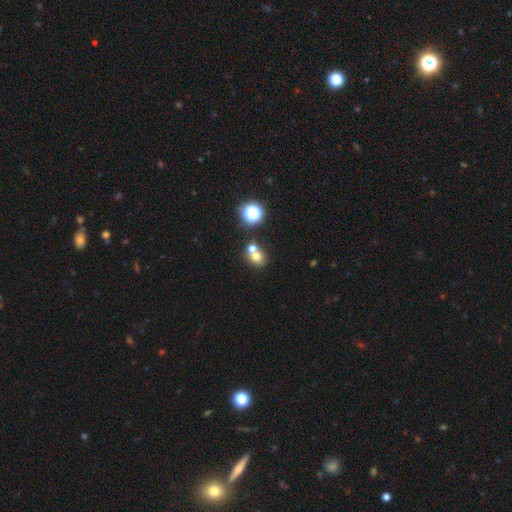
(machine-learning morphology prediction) smooth_or_featured: smooth (p=0.68) [alt: star or artifact p=0.17]
how_rounded: round (p=0.70) [alt: in between p=0.29]
merging: merger (p=0.50) [alt: none p=0.40]